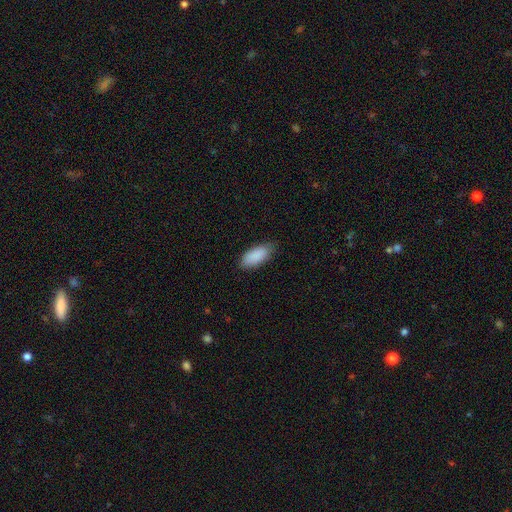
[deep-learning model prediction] Smooth or featured: smooth — 90% (star or artifact — 6%)
How rounded: in between — 87% (cigar-shaped — 11%)
Merging: none — 80% (minor disturbance — 16%)